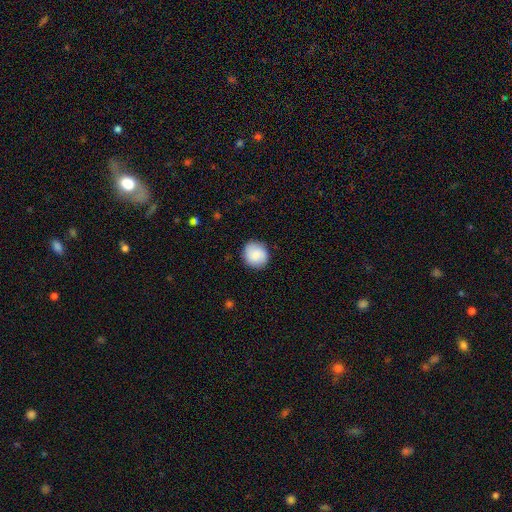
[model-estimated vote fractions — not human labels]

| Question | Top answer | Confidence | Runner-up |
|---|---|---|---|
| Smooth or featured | smooth | 87% | star or artifact (7%) |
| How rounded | round | 86% | in between (13%) |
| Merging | none | 88% | minor disturbance (9%) |